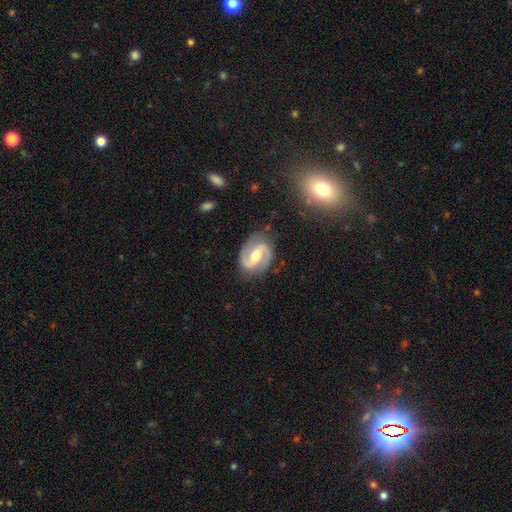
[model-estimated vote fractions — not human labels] smooth_or_featured: featured or disk (p=0.90) [alt: smooth p=0.06]
disk_edge_on: no (p=0.98) [alt: yes p=0.02]
bar: weak (p=0.43) [alt: strong p=0.39]
has_spiral_arms: yes (p=0.97) [alt: no p=0.03]
spiral_winding: medium (p=0.56) [alt: tight p=0.30]
spiral_arm_count: 2 (p=0.94) [alt: can't tell p=0.02]
bulge_size: moderate (p=0.69) [alt: small p=0.21]
merging: none (p=0.83) [alt: minor disturbance p=0.12]